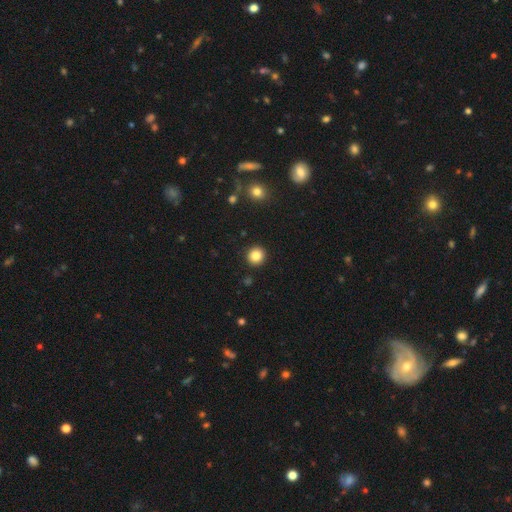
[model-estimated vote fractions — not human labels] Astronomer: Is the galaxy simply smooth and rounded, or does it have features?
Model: smooth — 85%.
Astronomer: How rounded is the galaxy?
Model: round — 93%.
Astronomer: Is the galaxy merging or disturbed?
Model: none — 93%.